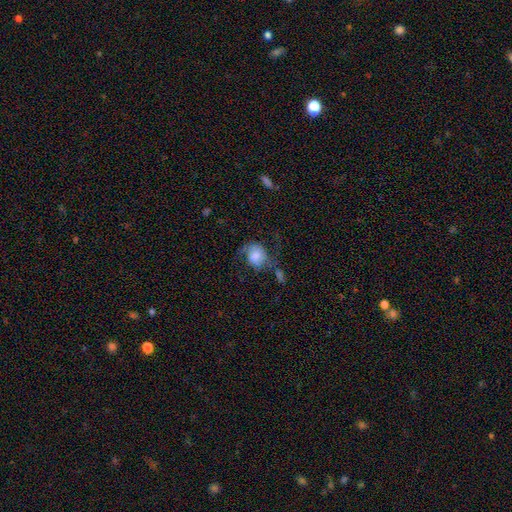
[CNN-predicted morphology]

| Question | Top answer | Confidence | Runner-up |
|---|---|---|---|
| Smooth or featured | featured or disk | 49% | smooth (42%) |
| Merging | none | 44% | major disturbance (25%) |